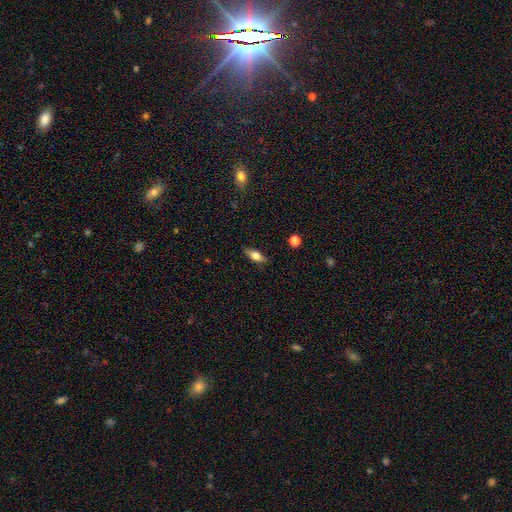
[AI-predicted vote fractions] smooth-or-featured: smooth: 61% | featured or disk: 30% | star or artifact: 8%
  how-rounded: in between: 68% | cigar-shaped: 27% | round: 5%
  merging: none: 83% | minor disturbance: 13% | major disturbance: 3% | merger: 1%